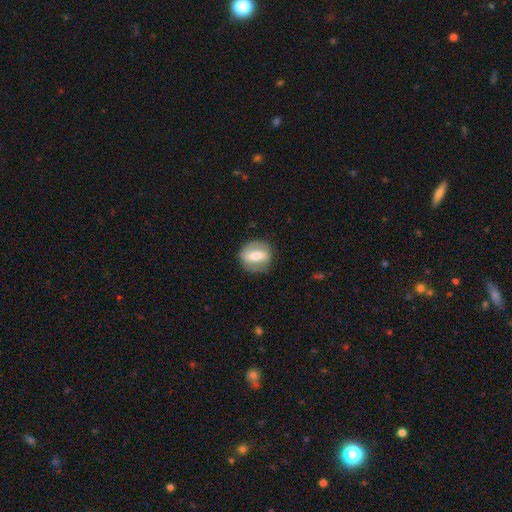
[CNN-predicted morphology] Smooth or featured?
  - featured or disk: 57% *
  - smooth: 37%
  - star or artifact: 7%
Edge-on disk?
  - no: 88% *
  - yes: 12%
Merging?
  - none: 83% *
  - minor disturbance: 12%
  - major disturbance: 4%
  - merger: 1%